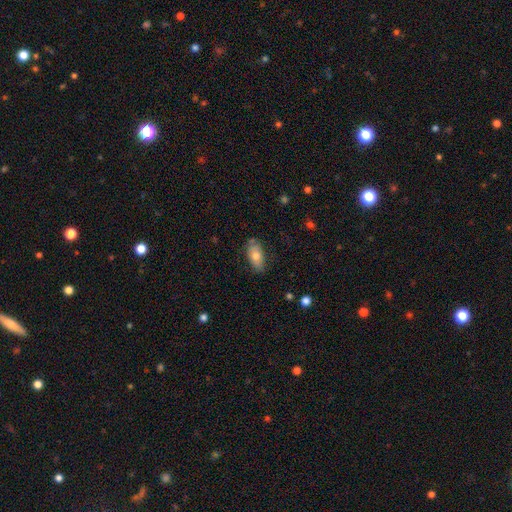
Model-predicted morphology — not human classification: A smooth galaxy with no disk features (73%) that is in between round and cigar-shaped (91%). Merging: none (76%).